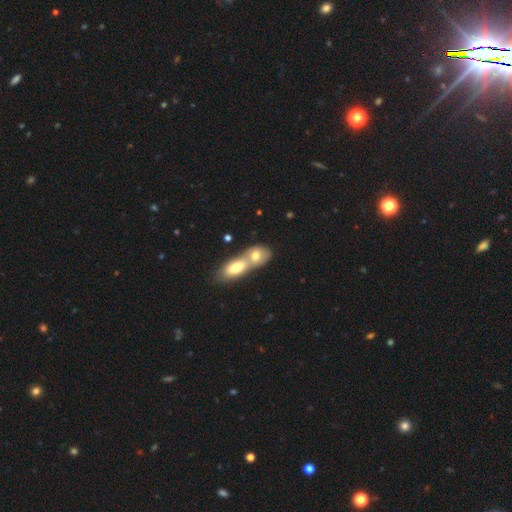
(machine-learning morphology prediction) A smooth galaxy with no disk features (69%) that is in between round and cigar-shaped (73%).

Vote fractions:
- Smooth or featured? smooth: 69% / featured or disk: 24% / star or artifact: 7%
- How rounded? in between: 73% / round: 20% / cigar-shaped: 6%
- Merging? merger: 75% / none: 17% / minor disturbance: 5% / major disturbance: 3%